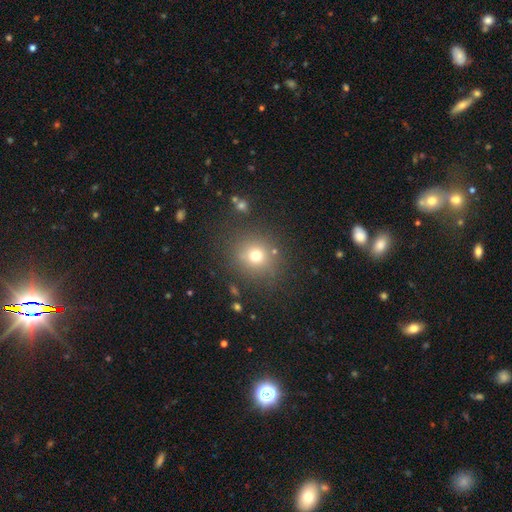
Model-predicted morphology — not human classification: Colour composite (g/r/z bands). It shows a smooth galaxy with no disk features (70%) that is round (89%). Merging: none (83%).